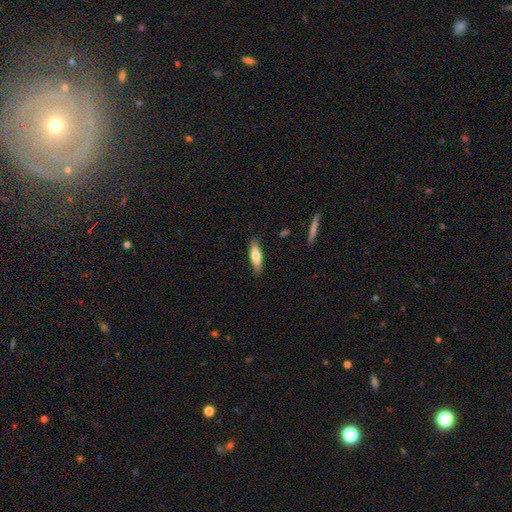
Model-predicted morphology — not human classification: smooth-or-featured: smooth: 71% | featured or disk: 23% | star or artifact: 6%
  how-rounded: cigar-shaped: 58% | in between: 40% | round: 2%
  merging: none: 87% | minor disturbance: 10% | major disturbance: 2% | merger: 1%